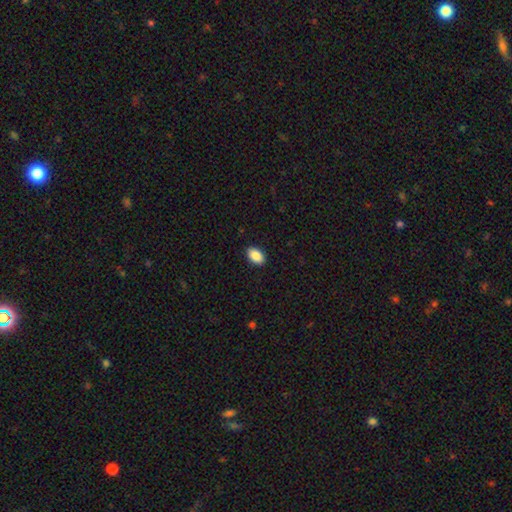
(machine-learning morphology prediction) A smooth galaxy with no disk features (89%) that is in between round and cigar-shaped (91%).

Vote fractions:
- Smooth or featured? smooth: 89% / star or artifact: 7% / featured or disk: 3%
- How rounded? in between: 91% / round: 7% / cigar-shaped: 1%
- Merging? none: 91% / minor disturbance: 7% / major disturbance: 2% / merger: 1%